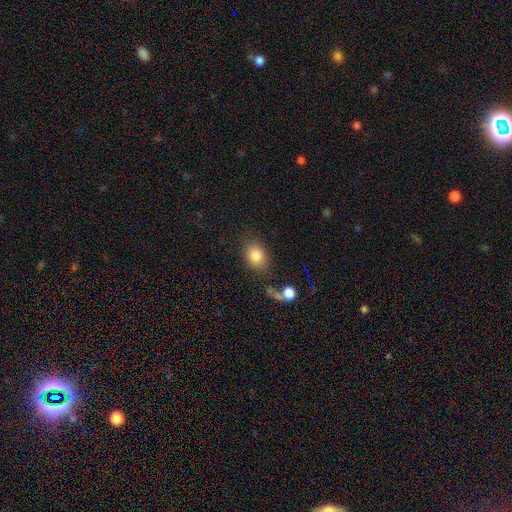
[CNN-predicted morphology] smooth 81%, star or artifact 10%, featured or disk 8%. Down the decision tree: how rounded — in between (56%); merging — none (73%).